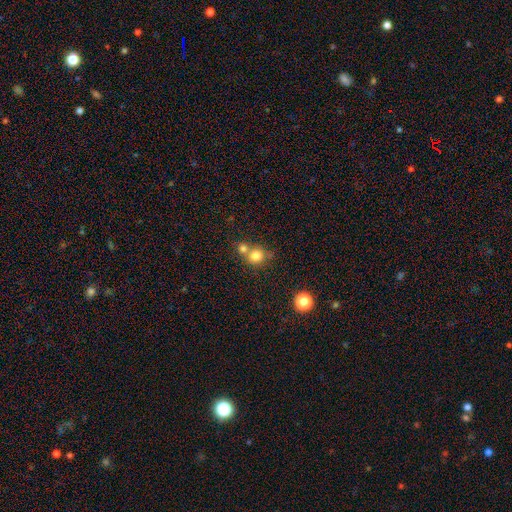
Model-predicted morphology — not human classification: Q: Smooth or featured?
A: smooth (79%); runner-up: star or artifact (12%)
Q: How rounded?
A: round (86%); runner-up: in between (13%)
Q: Merging?
A: none (49%); runner-up: merger (41%)